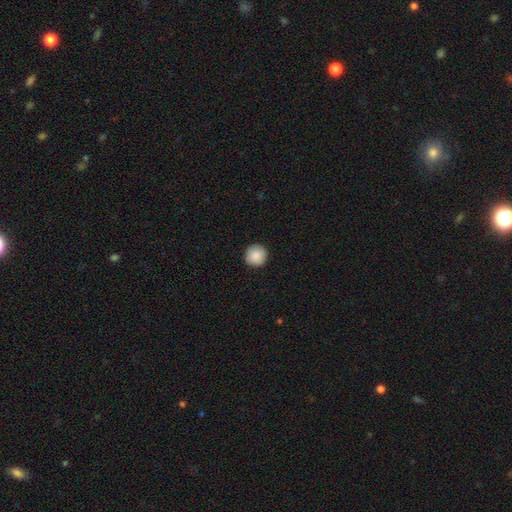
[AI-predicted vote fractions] This appears to be a smooth galaxy with no disk features (86%) that is round (95%). Merging: none (90%).